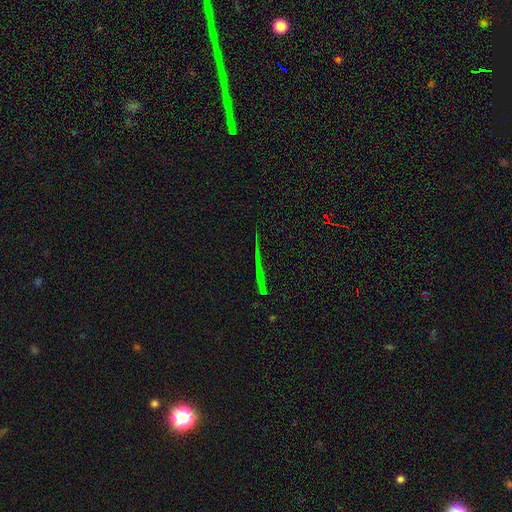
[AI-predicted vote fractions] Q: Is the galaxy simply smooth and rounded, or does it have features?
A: star or artifact — 76%.